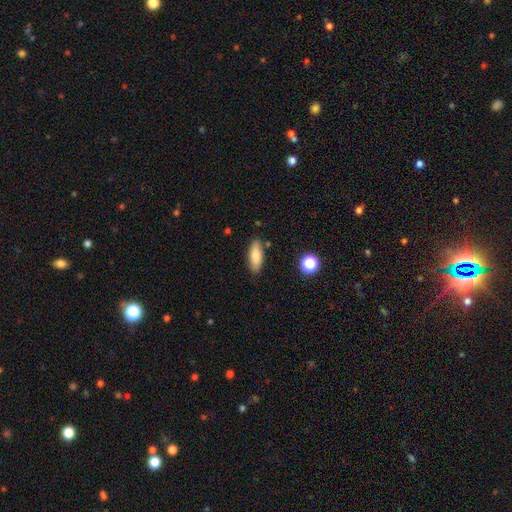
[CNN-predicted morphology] smooth-or-featured: smooth: 78% | featured or disk: 14% | star or artifact: 7%
  how-rounded: in between: 63% | cigar-shaped: 34% | round: 3%
  merging: none: 85% | minor disturbance: 10% | merger: 3% | major disturbance: 2%